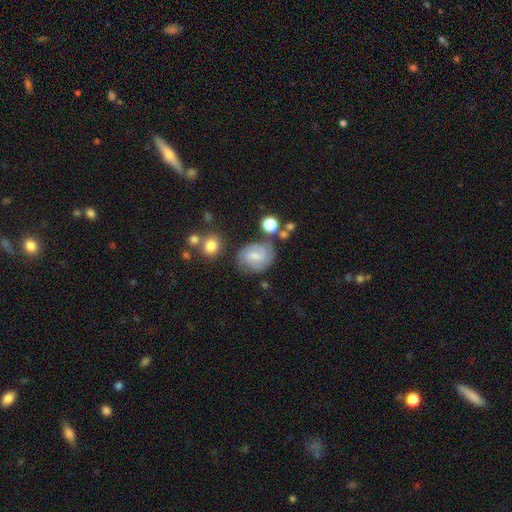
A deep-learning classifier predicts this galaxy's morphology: Smooth or featured? Predicted: featured or disk (p=0.57). Edge-on disk? Predicted: no (p=0.97). Bar? Predicted: weak (p=0.56). Spiral arms? Predicted: yes (p=0.88). Bulge size? Predicted: small (p=0.54). Merging? Predicted: none (p=0.68).